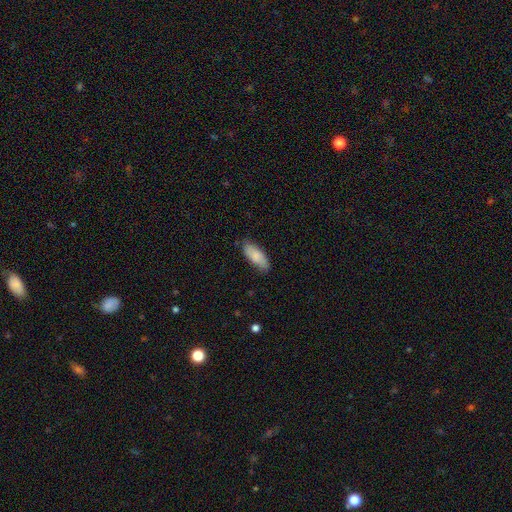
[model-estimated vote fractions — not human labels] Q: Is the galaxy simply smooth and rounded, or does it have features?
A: smooth — 83%.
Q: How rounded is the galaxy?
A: in between — 78%.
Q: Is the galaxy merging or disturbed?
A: none — 81%.